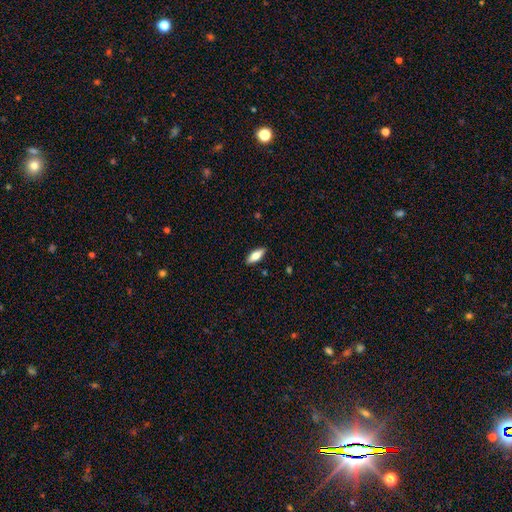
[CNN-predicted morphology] Smooth or featured? Predicted: smooth (p=0.71). How rounded? Predicted: in between (p=0.71). Merging? Predicted: none (p=0.88).